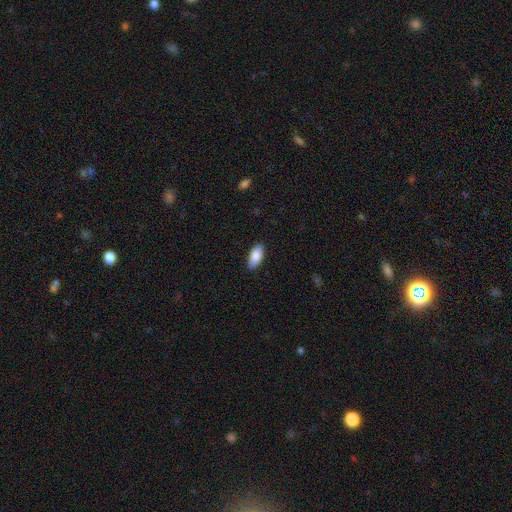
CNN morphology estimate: Smooth or featured: smooth — 87% (featured or disk — 7%)
How rounded: in between — 89% (cigar-shaped — 9%)
Merging: none — 87% (minor disturbance — 10%)